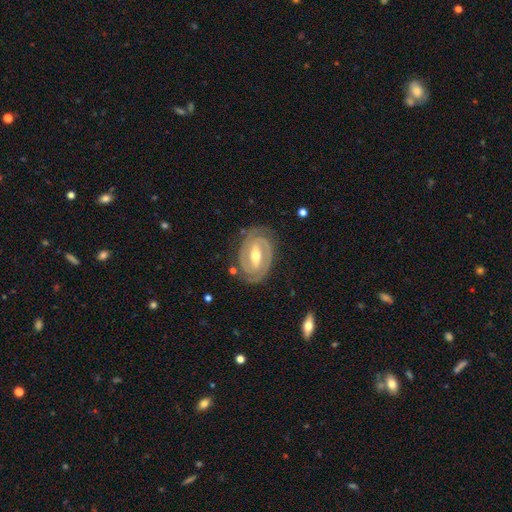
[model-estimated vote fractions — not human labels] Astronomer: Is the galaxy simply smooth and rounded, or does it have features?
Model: featured or disk — 91%.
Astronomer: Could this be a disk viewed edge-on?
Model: no — 96%.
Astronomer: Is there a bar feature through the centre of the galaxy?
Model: strong — 55% (runner-up: weak, 33%).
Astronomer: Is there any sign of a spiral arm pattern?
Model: yes — 97%.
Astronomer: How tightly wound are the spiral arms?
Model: tight — 73%.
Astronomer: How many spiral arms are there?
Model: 2 — 90%.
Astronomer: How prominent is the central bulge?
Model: moderate — 70%.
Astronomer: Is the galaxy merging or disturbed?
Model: none — 83%.